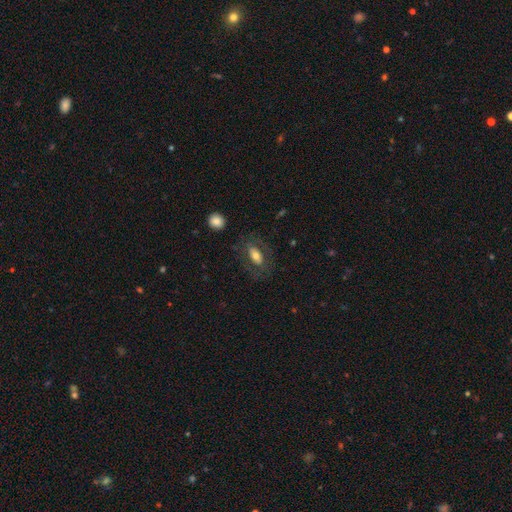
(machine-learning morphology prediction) Smooth or featured? smooth (61%)
How rounded? in between (87%)
Merging? none (71%)